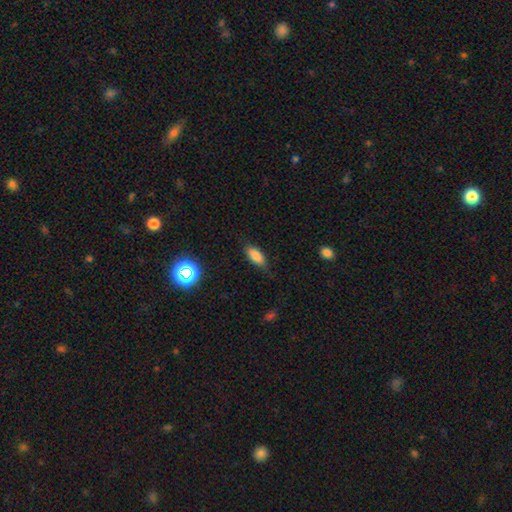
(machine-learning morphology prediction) A smooth galaxy with no disk features (82%) that is in between round and cigar-shaped (81%). Merging: none (77%).